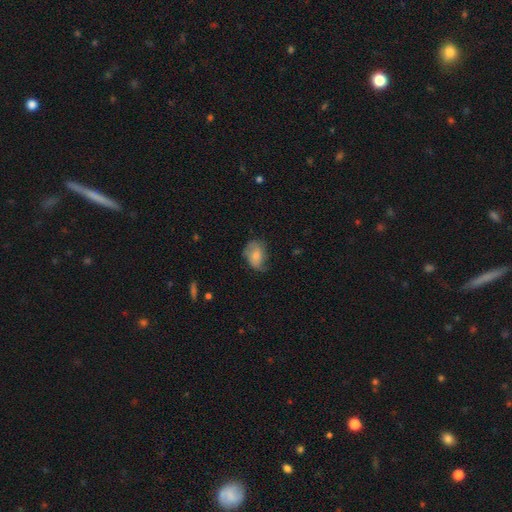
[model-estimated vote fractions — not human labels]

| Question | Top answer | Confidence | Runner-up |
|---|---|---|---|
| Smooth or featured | smooth | 62% | featured or disk (30%) |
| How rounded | in between | 75% | round (23%) |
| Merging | none | 49% | minor disturbance (34%) |